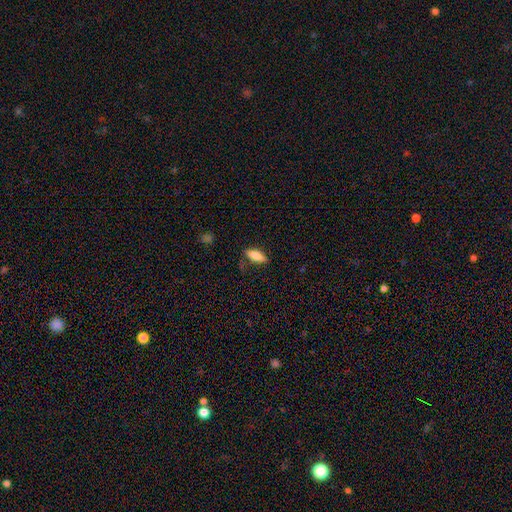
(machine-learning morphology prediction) smooth_or_featured: smooth (p=0.70) [alt: featured or disk p=0.22]
how_rounded: in between (p=0.63) [alt: cigar-shaped p=0.35]
merging: none (p=0.77) [alt: minor disturbance p=0.16]